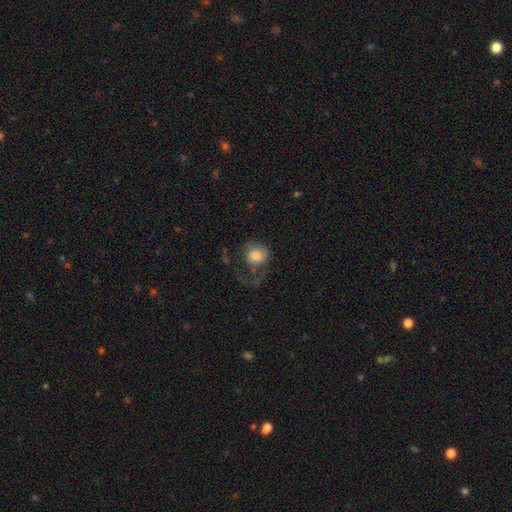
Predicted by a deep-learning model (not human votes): Smooth or featured? smooth (70%)
How rounded? round (74%)
Merging? major disturbance (53%)